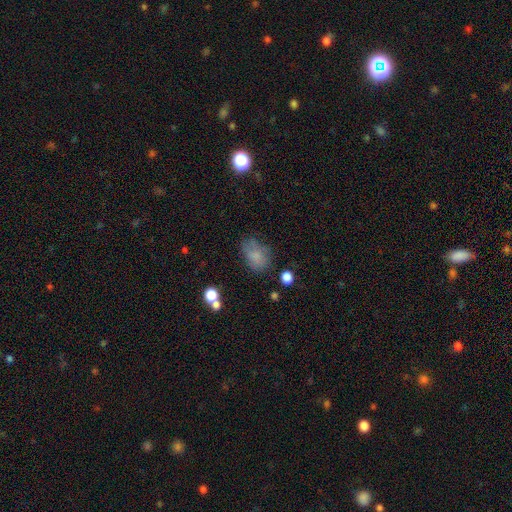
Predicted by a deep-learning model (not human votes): Q: Smooth or featured?
A: smooth (75%); runner-up: featured or disk (13%)
Q: How rounded?
A: in between (76%); runner-up: round (23%)
Q: Merging?
A: none (54%); runner-up: minor disturbance (28%)